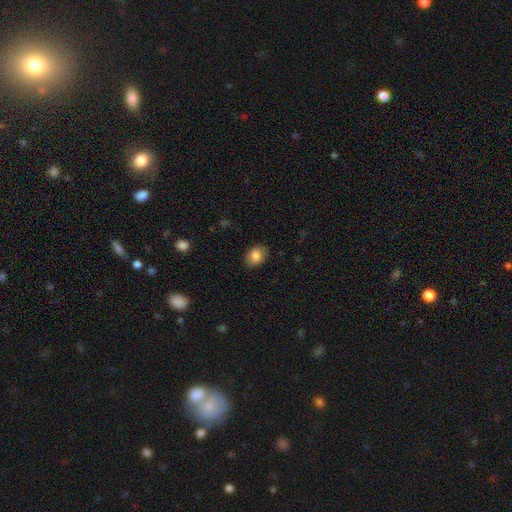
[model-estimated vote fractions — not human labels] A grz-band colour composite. It shows a smooth galaxy with no disk features (85%) that is in between round and cigar-shaped (64%). Merging: none (85%).